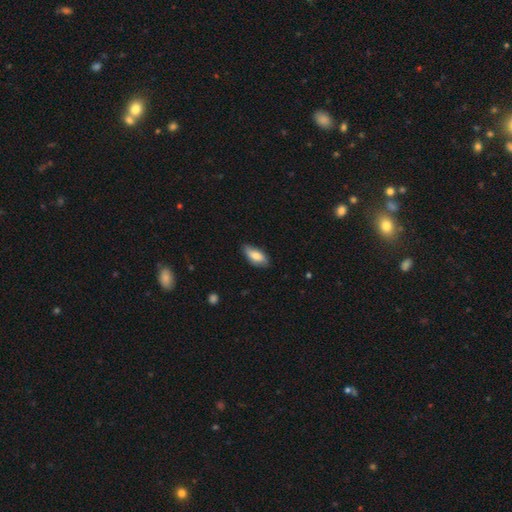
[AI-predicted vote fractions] Smooth or featured?
  - smooth: 78% *
  - featured or disk: 16%
  - star or artifact: 6%
How rounded?
  - in between: 87% *
  - cigar-shaped: 11%
  - round: 2%
Merging?
  - none: 73% *
  - minor disturbance: 22%
  - major disturbance: 3%
  - merger: 1%